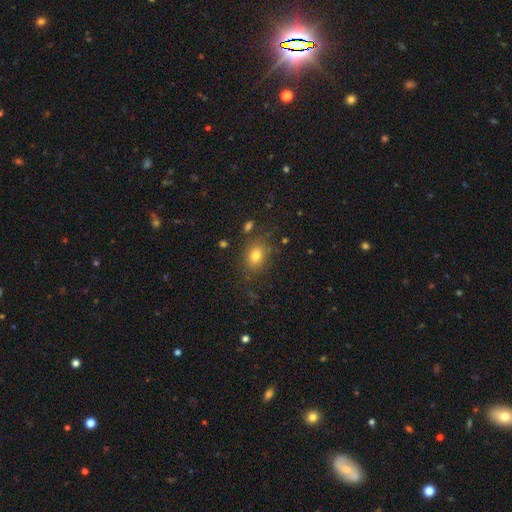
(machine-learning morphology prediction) Smooth or featured?
  - smooth: 78% *
  - star or artifact: 13%
  - featured or disk: 9%
How rounded?
  - in between: 50% *
  - round: 49%
  - cigar-shaped: 1%
Merging?
  - none: 80% *
  - minor disturbance: 12%
  - major disturbance: 4%
  - merger: 3%